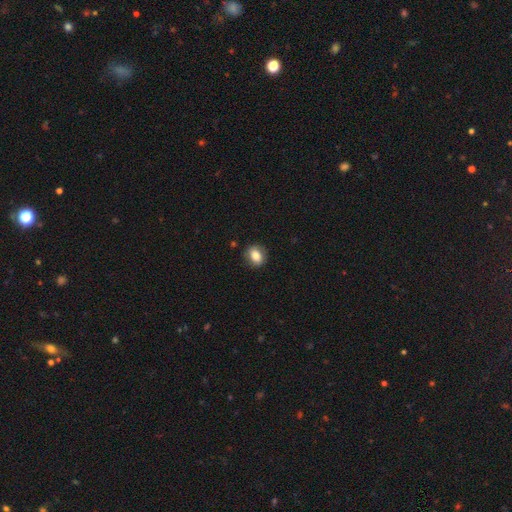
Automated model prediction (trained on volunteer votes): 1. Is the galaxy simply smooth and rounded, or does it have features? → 81% smooth, 11% featured or disk, 8% star or artifact.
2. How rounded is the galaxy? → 55% in between, 44% round, 1% cigar-shaped.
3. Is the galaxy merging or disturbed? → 85% none, 11% minor disturbance, 3% major disturbance, 1% merger.